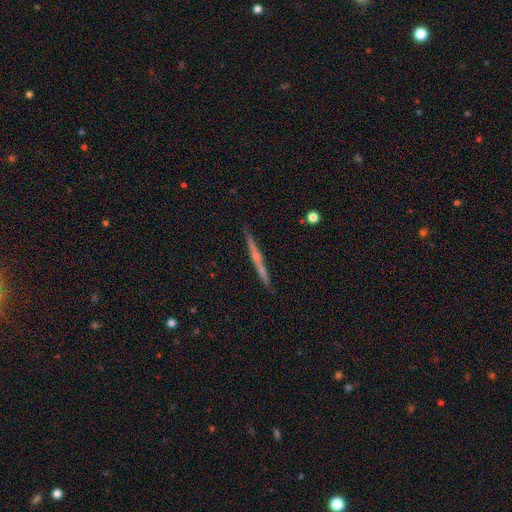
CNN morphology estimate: Overall: featured or disk (63%; smooth 31%). Edge-on disk: yes (98%). Edge-on bulge: none (57%; rounded 36%). Merging: none (90%).